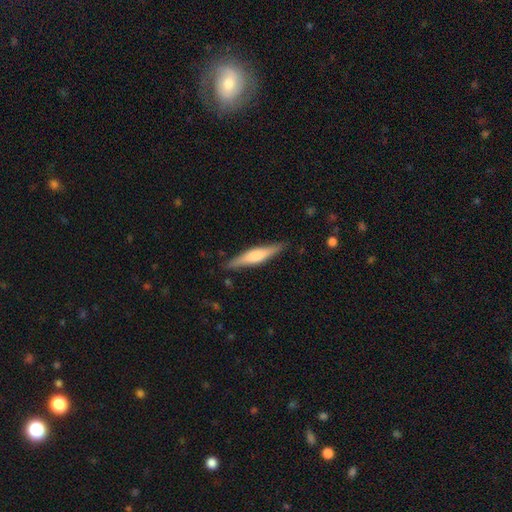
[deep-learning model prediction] Smooth or featured: smooth — 49% (featured or disk — 45%)
Merging: none — 86% (minor disturbance — 11%)